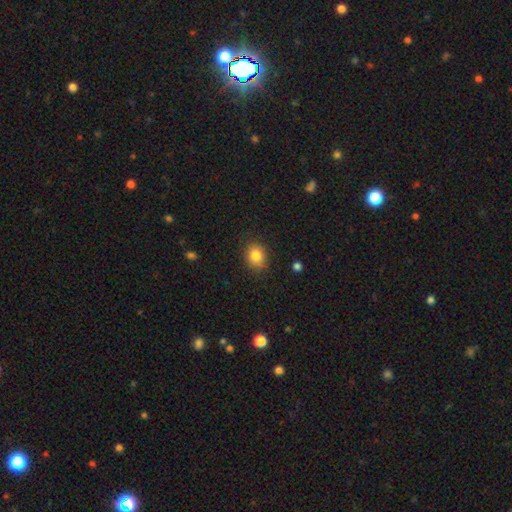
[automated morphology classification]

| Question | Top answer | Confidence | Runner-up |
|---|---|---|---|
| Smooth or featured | smooth | 83% | star or artifact (10%) |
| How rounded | round | 56% | in between (43%) |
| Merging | none | 82% | minor disturbance (14%) |